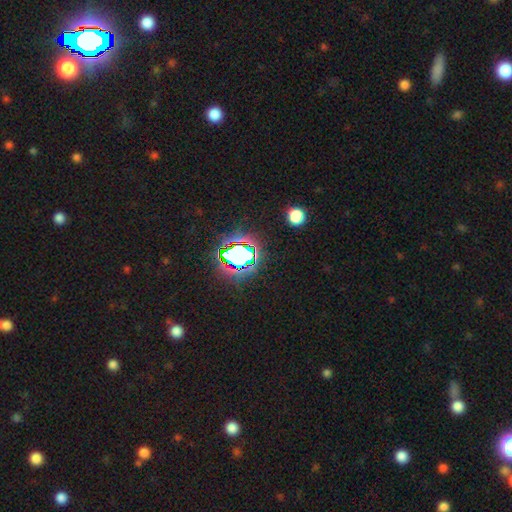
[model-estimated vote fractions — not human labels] star or artifact 81%, smooth 11%, featured or disk 7%.